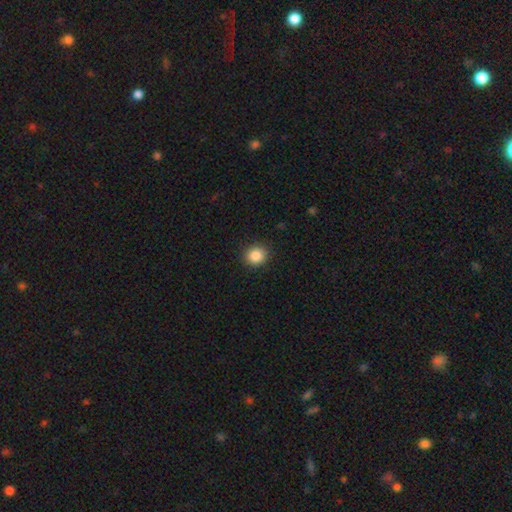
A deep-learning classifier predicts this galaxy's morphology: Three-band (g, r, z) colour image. It shows a smooth galaxy with no disk features (87%) that is round (81%). Merging: none (90%).